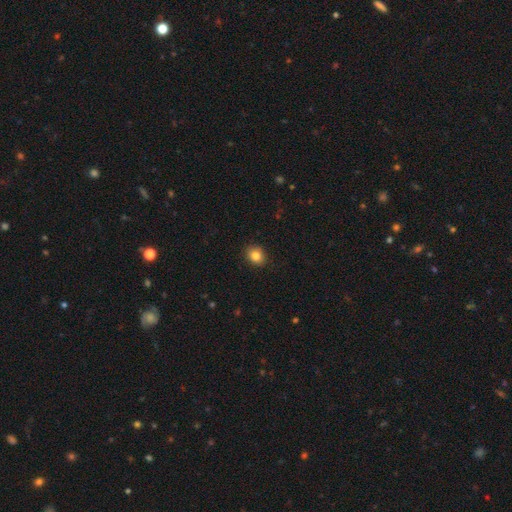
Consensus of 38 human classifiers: A smooth galaxy with no disk features (87%) that is round (61%). Merging: none (89%).